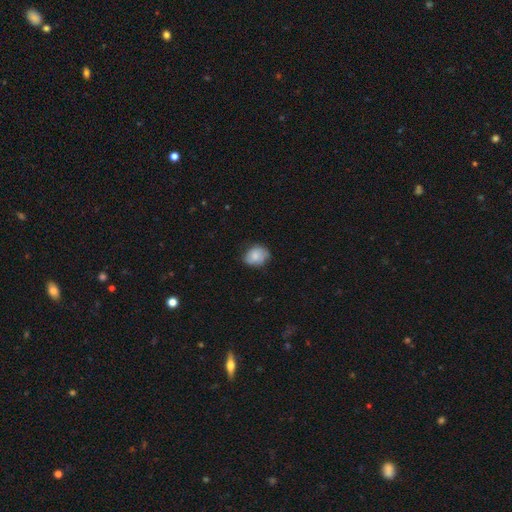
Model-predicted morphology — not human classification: smooth-or-featured: smooth: 76% | featured or disk: 16% | star or artifact: 8%
  how-rounded: in between: 55% | round: 44% | cigar-shaped: 1%
  merging: none: 68% | minor disturbance: 25% | major disturbance: 5% | merger: 1%